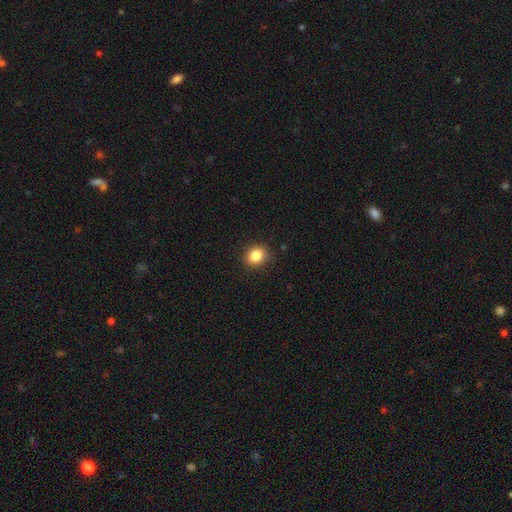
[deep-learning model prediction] smooth 84%, star or artifact 10%, featured or disk 5%. Down the decision tree: how rounded — round (66%); merging — none (87%).